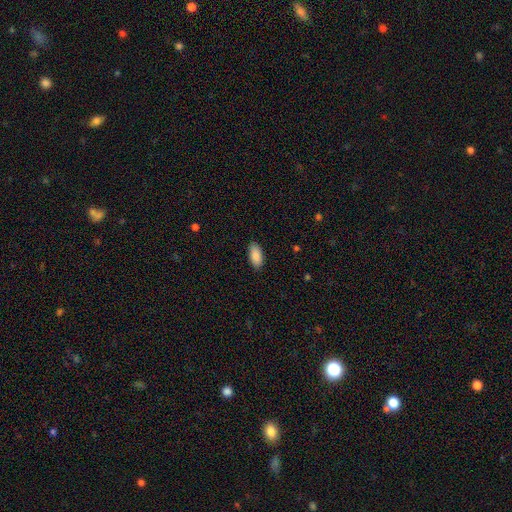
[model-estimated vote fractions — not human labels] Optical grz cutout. It shows a smooth galaxy with no disk features (89%) that is in between round and cigar-shaped (92%). Merging: none (88%).